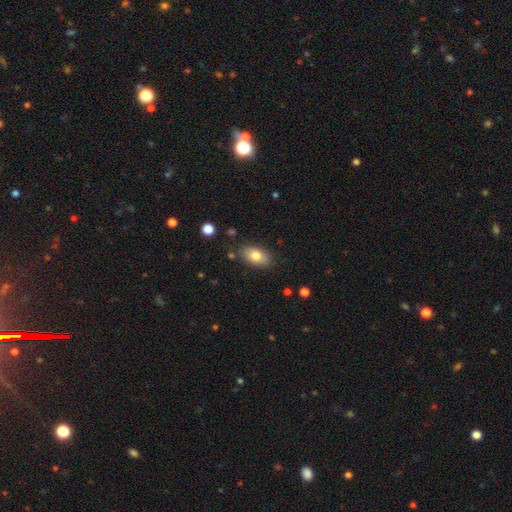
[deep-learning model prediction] Smooth or featured? smooth (79%)
How rounded? in between (89%)
Merging? none (82%)